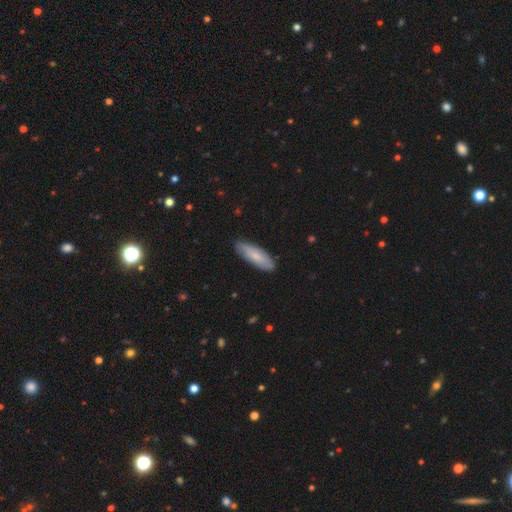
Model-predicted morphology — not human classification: The model was most divided on "how rounded": in between: 53%, cigar-shaped: 46%, round: 2%. More confident: merging — none (86%); smooth or featured — smooth (74%).